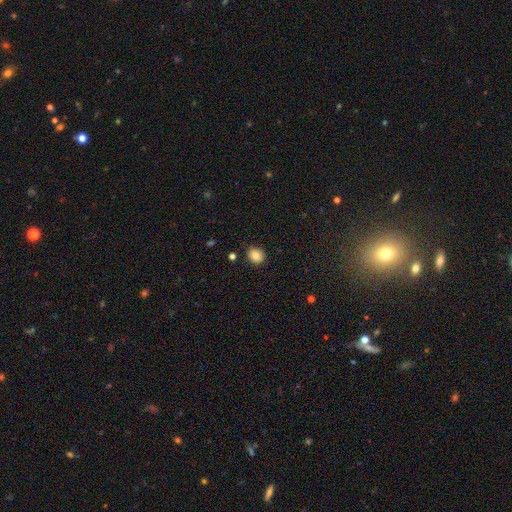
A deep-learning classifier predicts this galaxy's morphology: The model was most divided on "how rounded": round: 69%, in between: 30%, cigar-shaped: 1%. More confident: merging — none (86%); smooth or featured — smooth (83%).